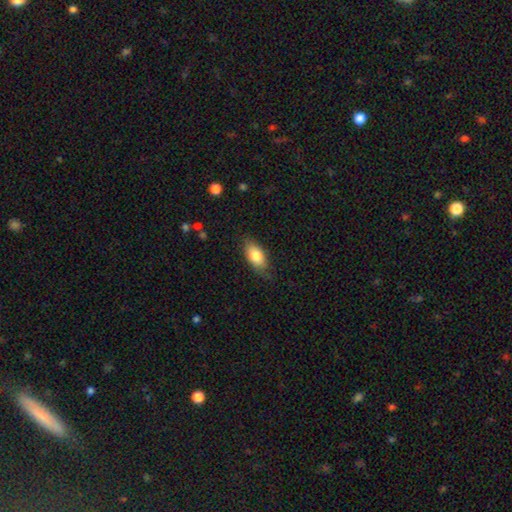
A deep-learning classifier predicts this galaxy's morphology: Smooth or featured? Predicted: smooth (p=0.81). How rounded? Predicted: in between (p=0.89). Merging? Predicted: none (p=0.77).